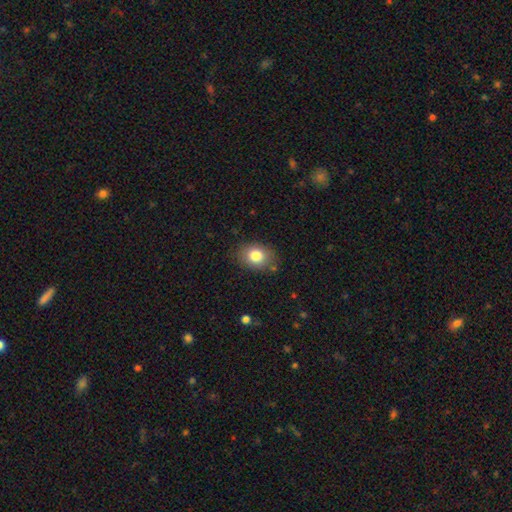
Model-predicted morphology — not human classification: Smooth or featured? smooth (82%)
How rounded? in between (61%)
Merging? none (81%)